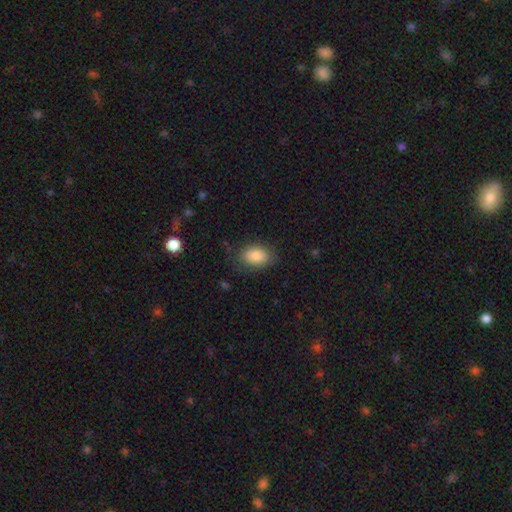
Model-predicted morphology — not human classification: smooth 87%, star or artifact 7%, featured or disk 6%. Down the decision tree: how rounded — in between (85%); merging — none (78%).